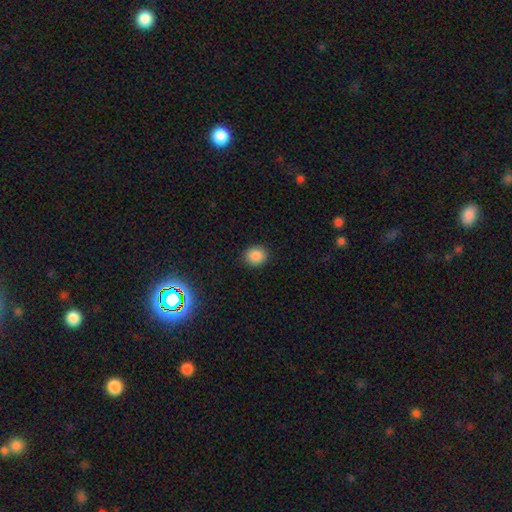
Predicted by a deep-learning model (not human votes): smooth-or-featured: smooth: 86% | star or artifact: 10% | featured or disk: 4%
  how-rounded: round: 71% | in between: 28% | cigar-shaped: 1%
  merging: none: 90% | minor disturbance: 7% | major disturbance: 2% | merger: 1%